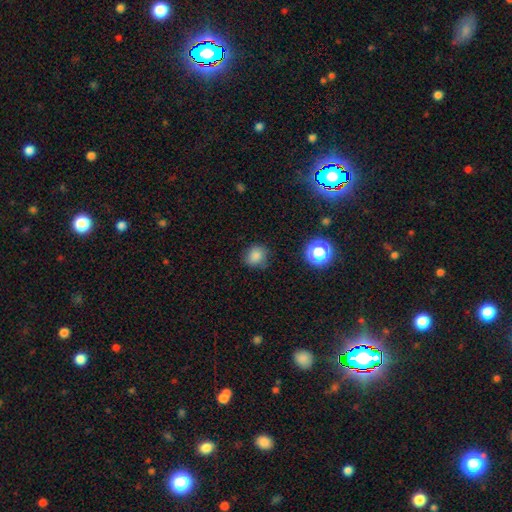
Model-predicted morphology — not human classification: The model was most divided on "how rounded": round: 77%, in between: 22%, cigar-shaped: 1%. More confident: smooth or featured — smooth (82%); merging — none (79%).